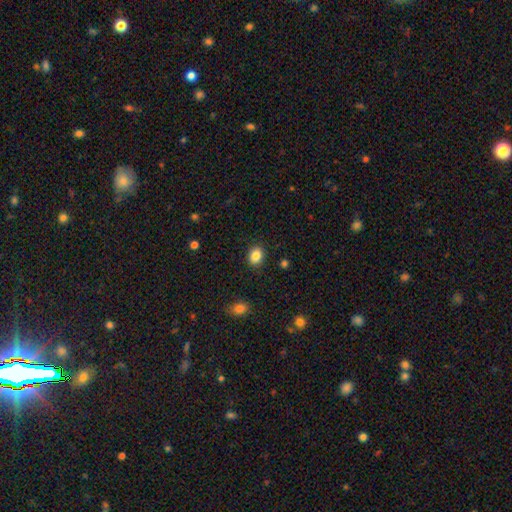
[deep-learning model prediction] smooth_or_featured: smooth (p=0.86) [alt: star or artifact p=0.09]
how_rounded: in between (p=0.55) [alt: round p=0.44]
merging: none (p=0.89) [alt: minor disturbance p=0.08]